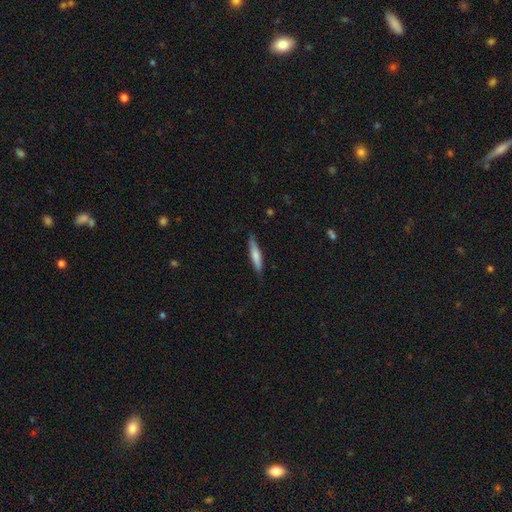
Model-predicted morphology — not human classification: Smooth or featured? Predicted: smooth (p=0.61). How rounded? Predicted: cigar-shaped (p=0.89). Merging? Predicted: none (p=0.85).